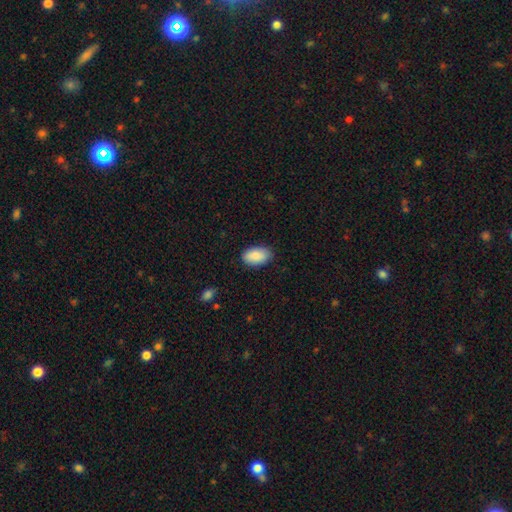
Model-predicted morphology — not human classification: This is clearly a smooth galaxy (88%). How rounded: clearly in between (94%). Merging: clearly none (84%).